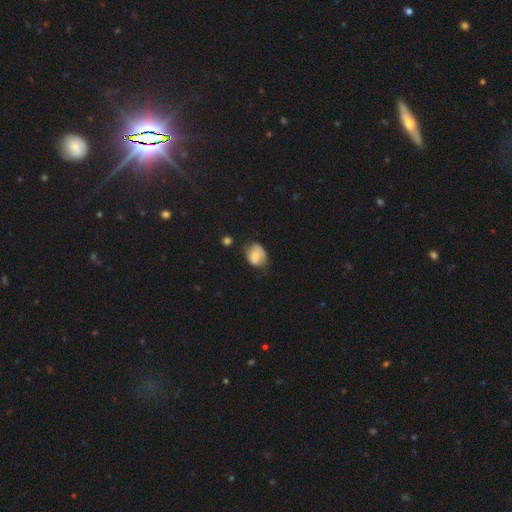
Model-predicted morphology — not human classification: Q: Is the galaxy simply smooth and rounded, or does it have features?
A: smooth — 63%.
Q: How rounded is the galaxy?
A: in between — 55%.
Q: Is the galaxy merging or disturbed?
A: none — 51%.